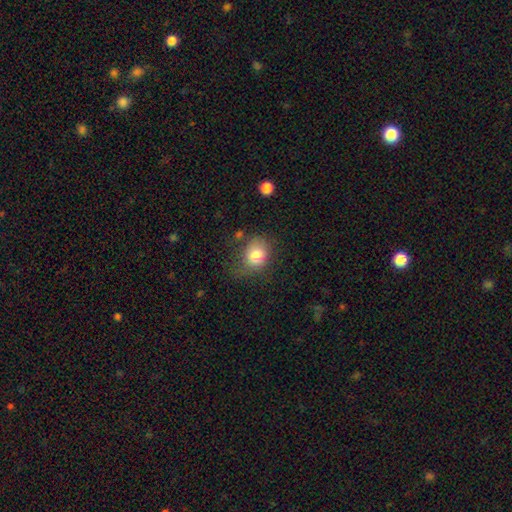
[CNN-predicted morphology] This appears to be a smooth galaxy with no disk features (79%) that is round (57%). Merging: none (52%).